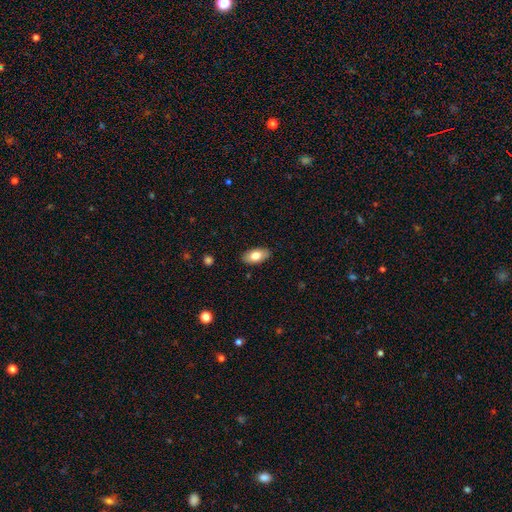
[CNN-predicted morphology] Smooth or featured: smooth — 79% (featured or disk — 15%)
How rounded: in between — 93% (cigar-shaped — 4%)
Merging: none — 87% (minor disturbance — 10%)